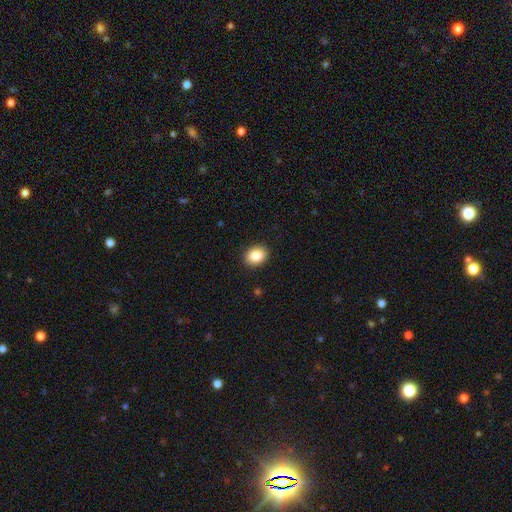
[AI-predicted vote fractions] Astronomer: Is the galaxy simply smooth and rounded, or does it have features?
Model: smooth — 87%.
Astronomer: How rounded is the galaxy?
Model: in between — 51% (runner-up: round, 48%).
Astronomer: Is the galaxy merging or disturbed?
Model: none — 91%.